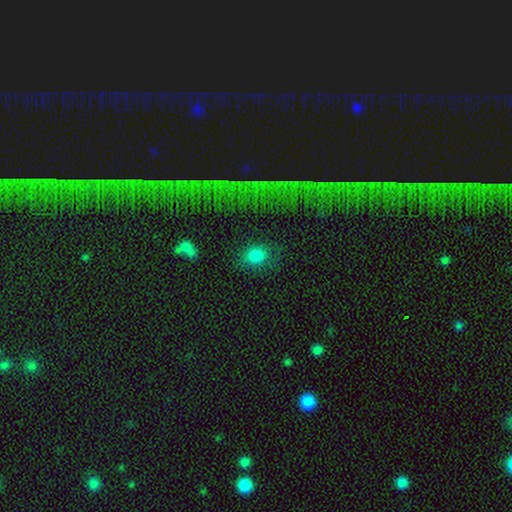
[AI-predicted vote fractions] A smooth galaxy with no disk features (81%) that is in between round and cigar-shaped (74%). Merging: none (75%).